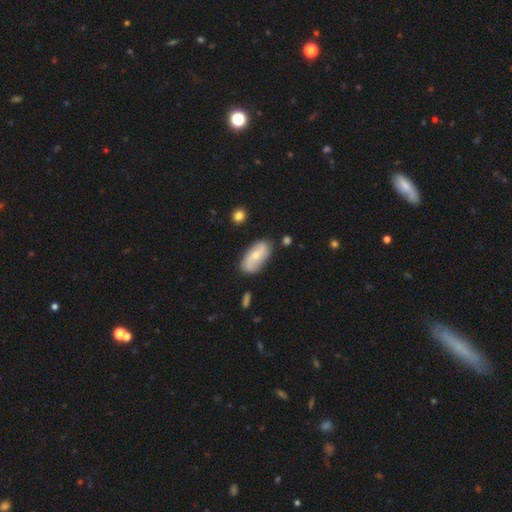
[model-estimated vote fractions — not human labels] Smooth or featured: smooth — 51% (featured or disk — 43%)
How rounded: in between — 90% (cigar-shaped — 6%)
Merging: none — 78% (minor disturbance — 16%)